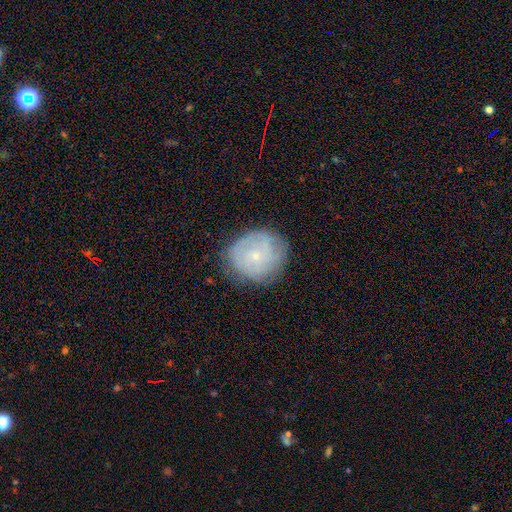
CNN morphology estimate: This is possibly a featured or disk galaxy (54%). It is clearly not viewed edge-on (97%). Bar: clearly no (82%). Spiral arm pattern: likely yes (73%). Central bulge: clearly small (83%). Merging: likely none (76%).